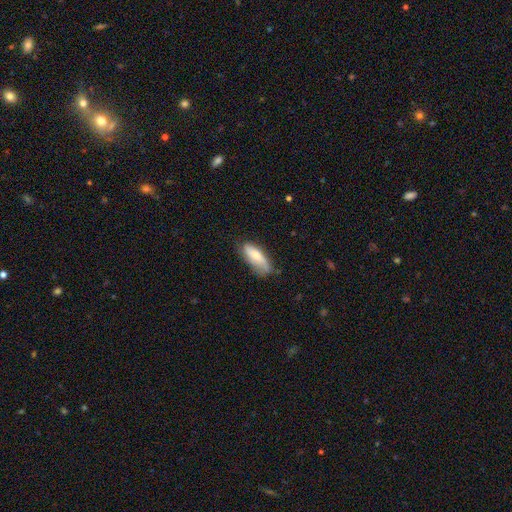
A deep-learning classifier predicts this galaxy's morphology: smooth_or_featured: smooth (p=0.73) [alt: featured or disk p=0.21]
how_rounded: in between (p=0.65) [alt: cigar-shaped p=0.33]
merging: none (p=0.58) [alt: minor disturbance p=0.31]